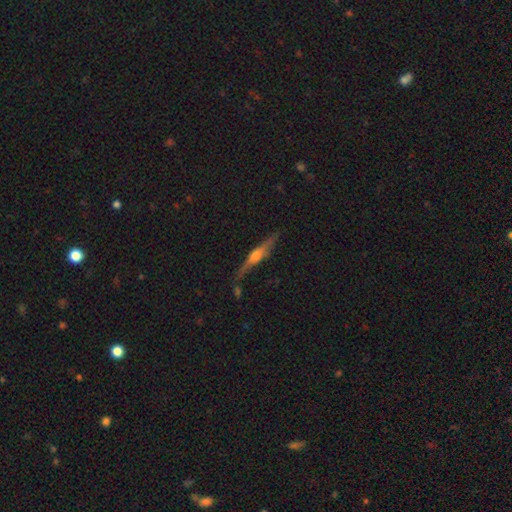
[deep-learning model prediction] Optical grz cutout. It shows a featured or disk galaxy (74%) viewed edge-on (97%) with a rounded central bulge (84%). Merging: none (81%).